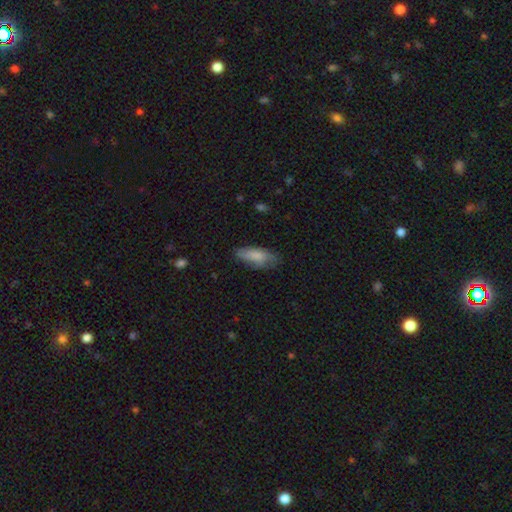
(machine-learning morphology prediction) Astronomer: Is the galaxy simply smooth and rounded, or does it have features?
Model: smooth — 78%.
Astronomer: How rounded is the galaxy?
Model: in between — 73%.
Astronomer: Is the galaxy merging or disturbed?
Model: none — 61%.